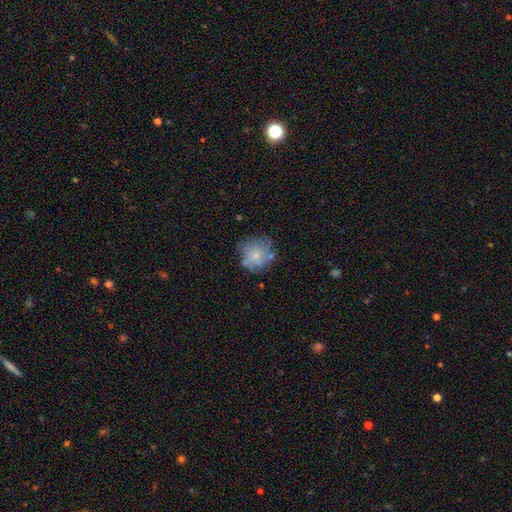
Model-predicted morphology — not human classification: This appears to be a smooth galaxy with no disk features (55%) that is round (81%). Merging: none (59%).